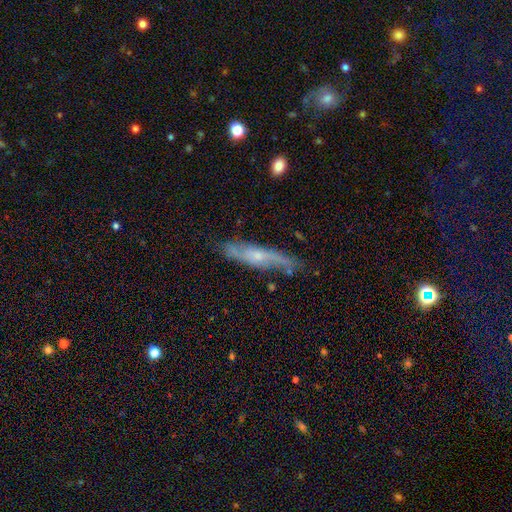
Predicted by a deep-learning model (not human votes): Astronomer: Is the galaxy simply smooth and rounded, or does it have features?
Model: featured or disk — 61%.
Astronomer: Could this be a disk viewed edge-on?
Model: yes — 59% (runner-up: no, 41%).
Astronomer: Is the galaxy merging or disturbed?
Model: none — 76%.